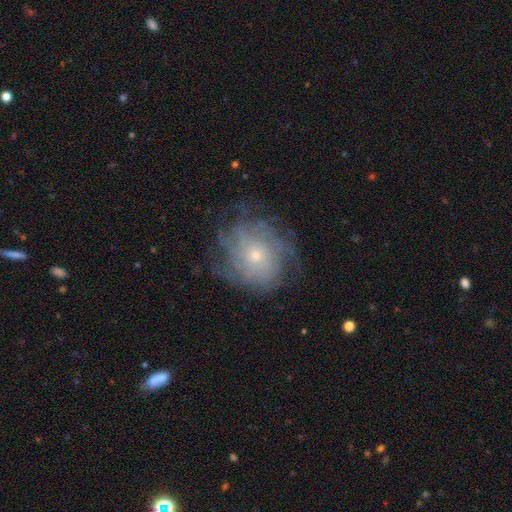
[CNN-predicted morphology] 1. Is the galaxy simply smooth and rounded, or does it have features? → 71% featured or disk, 19% smooth, 10% star or artifact.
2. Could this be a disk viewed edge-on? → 96% no, 4% yes.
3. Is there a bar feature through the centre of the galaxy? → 84% no, 14% weak, 2% strong.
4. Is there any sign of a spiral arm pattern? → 85% yes, 15% no.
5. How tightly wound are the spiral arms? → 60% tight, 28% medium, 12% loose.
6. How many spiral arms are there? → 48% can't tell, 15% 4, 13% more than 4, 10% 3, 9% 2, 5% 1.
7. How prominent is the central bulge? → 72% small, 24% moderate, 2% large, 1% none, 1% dominant.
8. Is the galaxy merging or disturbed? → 68% none, 18% minor disturbance, 12% major disturbance, 1% merger.